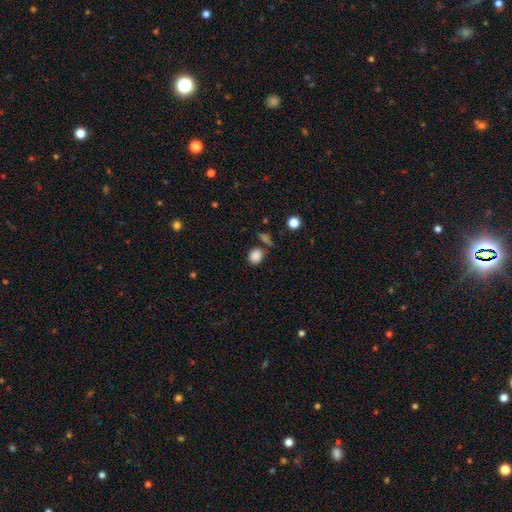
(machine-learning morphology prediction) Smooth or featured: smooth — 85% (star or artifact — 11%)
How rounded: round — 69% (in between — 30%)
Merging: none — 73% (minor disturbance — 13%)